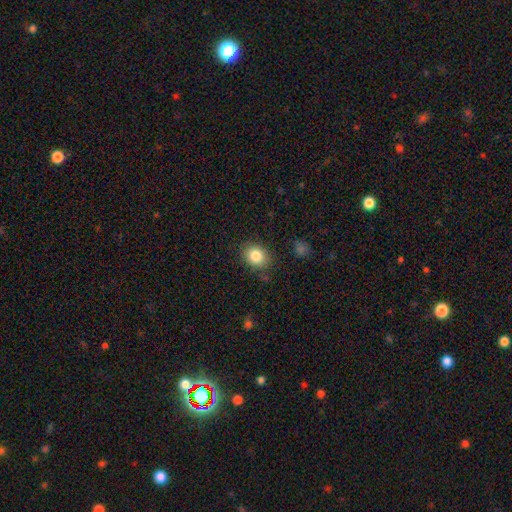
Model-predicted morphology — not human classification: smooth_or_featured: smooth (p=0.84) [alt: star or artifact p=0.09]
how_rounded: round (p=0.51) [alt: in between p=0.48]
merging: none (p=0.83) [alt: minor disturbance p=0.12]